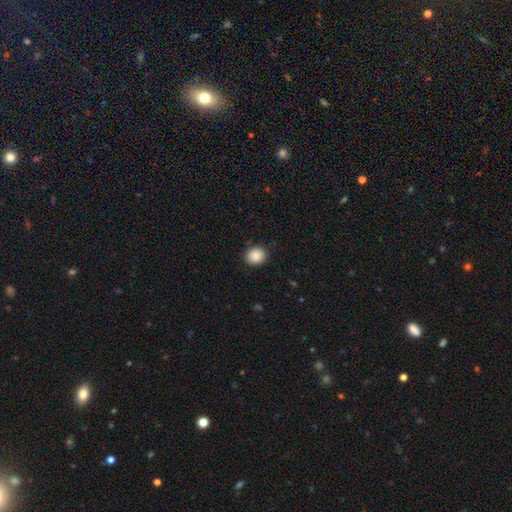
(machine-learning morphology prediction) A smooth galaxy with no disk features (86%) that is round (76%).

Vote fractions:
- Smooth or featured? smooth: 86% / star or artifact: 9% / featured or disk: 5%
- How rounded? round: 76% / in between: 23% / cigar-shaped: 1%
- Merging? none: 89% / minor disturbance: 8% / major disturbance: 2% / merger: 1%